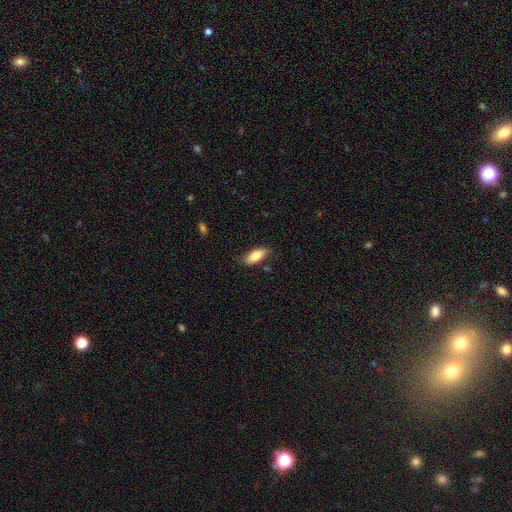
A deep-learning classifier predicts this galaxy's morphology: This appears to be a smooth galaxy with no disk features (79%) that is in between round and cigar-shaped (83%). Merging: none (78%).